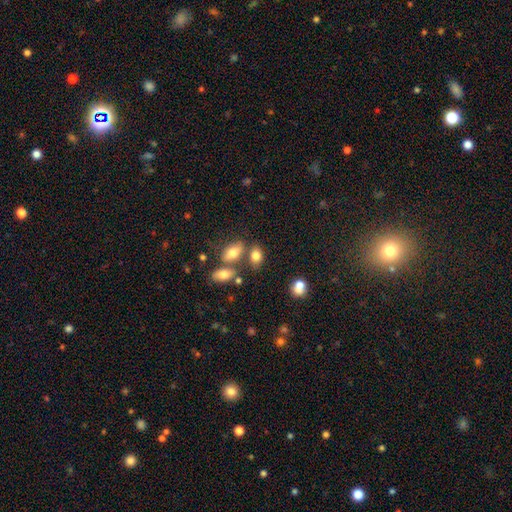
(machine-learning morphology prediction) A smooth galaxy with no disk features (80%) that is in between round and cigar-shaped (84%). Merging: none (59%).